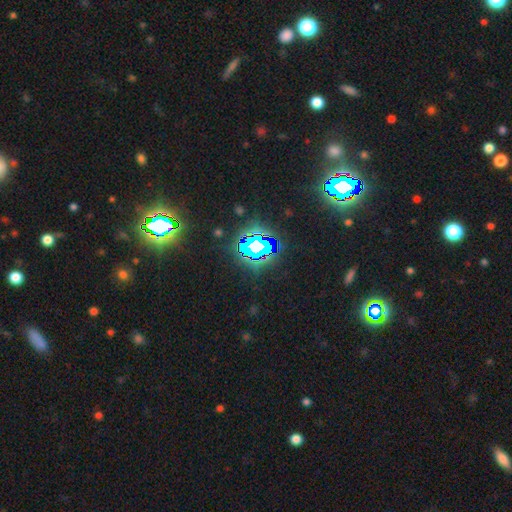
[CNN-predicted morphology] This is clearly a star or artifact rather than a galaxy (81%).